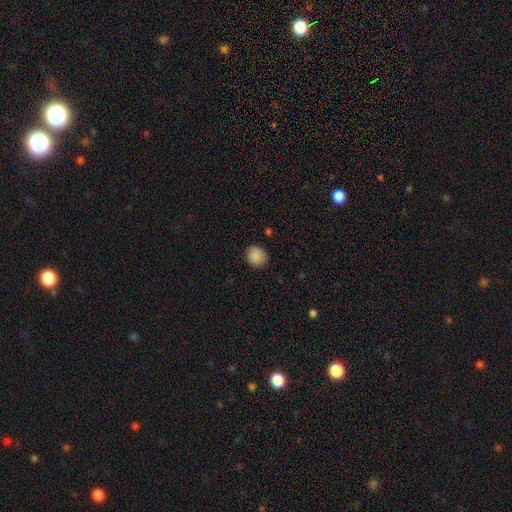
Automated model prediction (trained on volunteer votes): Smooth or featured? Predicted: smooth (p=0.88). How rounded? Predicted: round (p=0.79). Merging? Predicted: none (p=0.86).